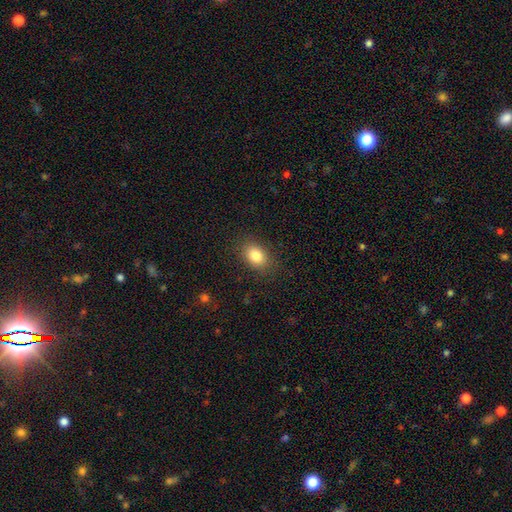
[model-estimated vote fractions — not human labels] Overall: smooth (84%). How rounded: in between (78%). Merging: none (86%).